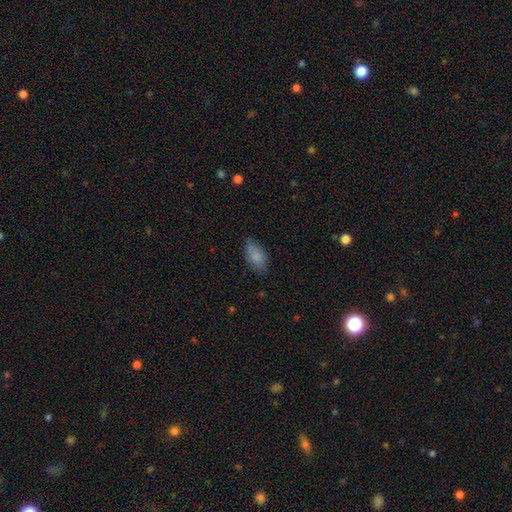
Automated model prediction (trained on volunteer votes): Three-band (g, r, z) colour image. It shows a smooth galaxy with no disk features (83%) that is in between round and cigar-shaped (92%). Merging: none (73%).